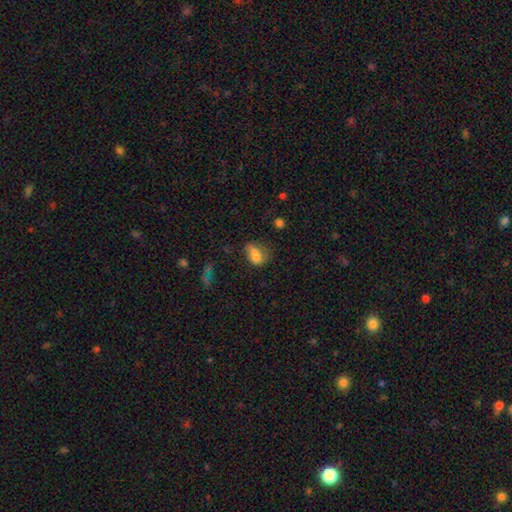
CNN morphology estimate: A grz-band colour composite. It shows a smooth galaxy with no disk features (69%) that is in between round and cigar-shaped (66%). Merging: merger (39%).